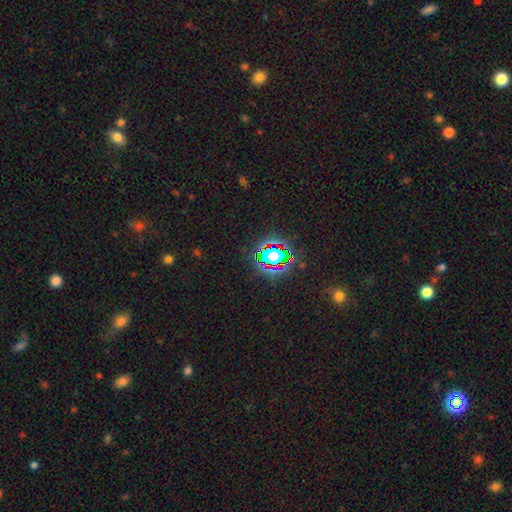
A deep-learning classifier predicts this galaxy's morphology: A star or artifact, not a galaxy (79%).